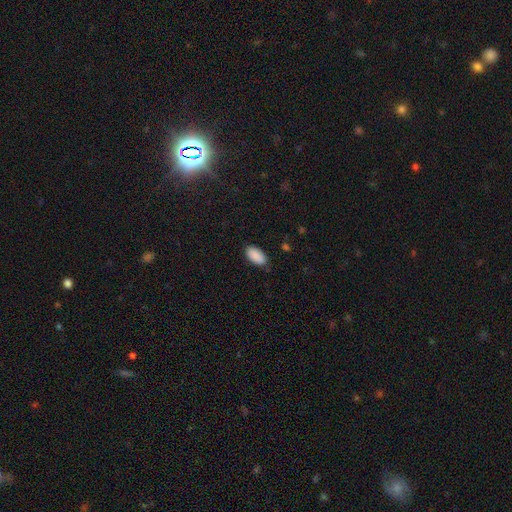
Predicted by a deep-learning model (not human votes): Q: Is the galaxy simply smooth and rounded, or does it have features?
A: smooth — 91%.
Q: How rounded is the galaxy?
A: in between — 95%.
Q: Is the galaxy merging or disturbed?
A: none — 86%.